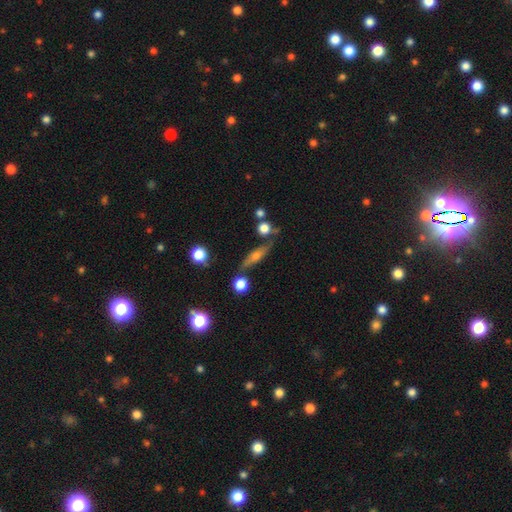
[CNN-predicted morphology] Q: Smooth or featured?
A: featured or disk (55%); runner-up: smooth (36%)
Q: Edge-on disk?
A: yes (78%); runner-up: no (22%)
Q: Merging?
A: none (70%); runner-up: minor disturbance (17%)